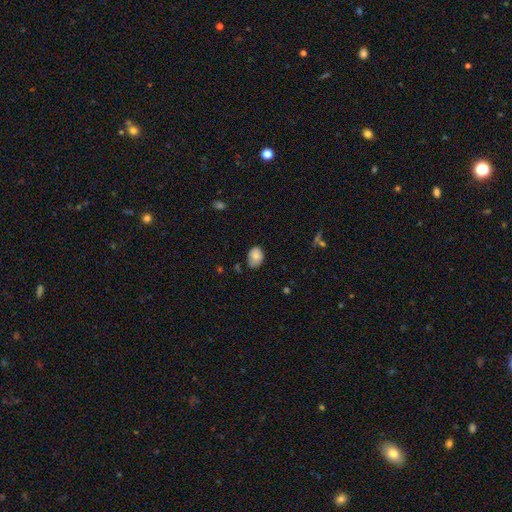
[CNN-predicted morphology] Smooth or featured? Predicted: smooth (p=0.79). How rounded? Predicted: in between (p=0.78). Merging? Predicted: none (p=0.67).